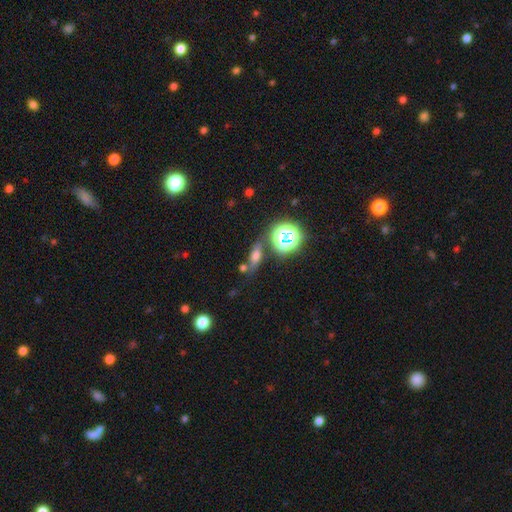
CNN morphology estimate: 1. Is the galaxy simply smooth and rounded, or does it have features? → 52% smooth, 26% star or artifact, 23% featured or disk.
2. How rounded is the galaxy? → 51% in between, 31% cigar-shaped, 18% round.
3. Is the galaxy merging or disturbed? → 67% none, 15% minor disturbance, 12% merger, 6% major disturbance.